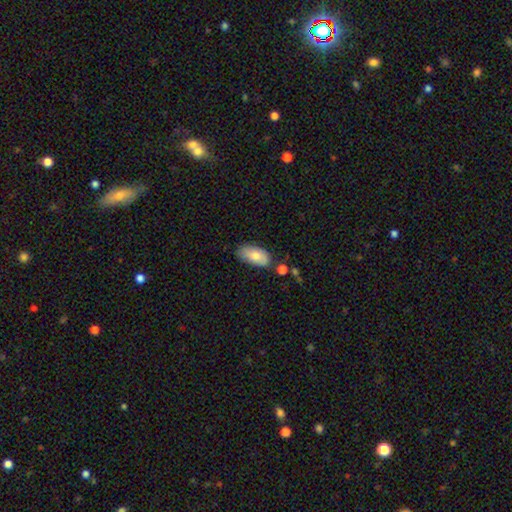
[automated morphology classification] The model was most divided on "merging": none: 70%, minor disturbance: 21%, merger: 5%, major disturbance: 4%. More confident: how rounded — in between (93%); smooth or featured — smooth (77%).